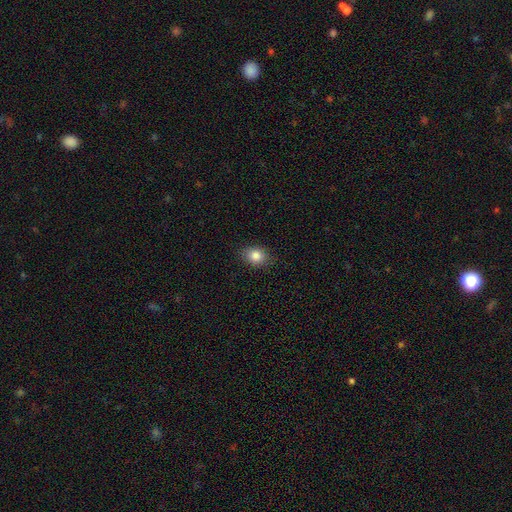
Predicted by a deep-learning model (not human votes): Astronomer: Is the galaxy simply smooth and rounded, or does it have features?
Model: smooth — 84%.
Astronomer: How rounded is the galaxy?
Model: in between — 62%.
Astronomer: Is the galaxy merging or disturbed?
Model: none — 85%.